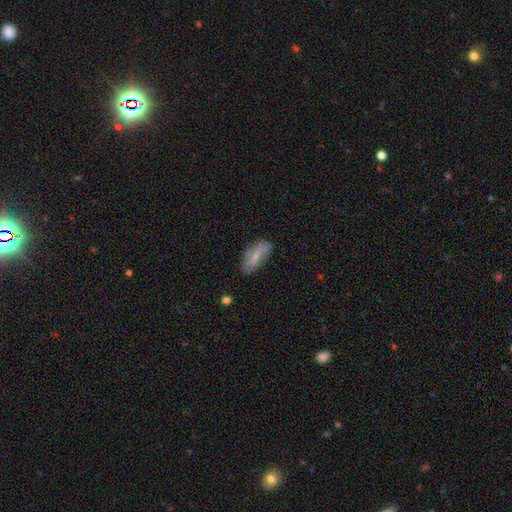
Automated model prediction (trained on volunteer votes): Smooth or featured? Predicted: smooth (p=0.49). Merging? Predicted: none (p=0.71).